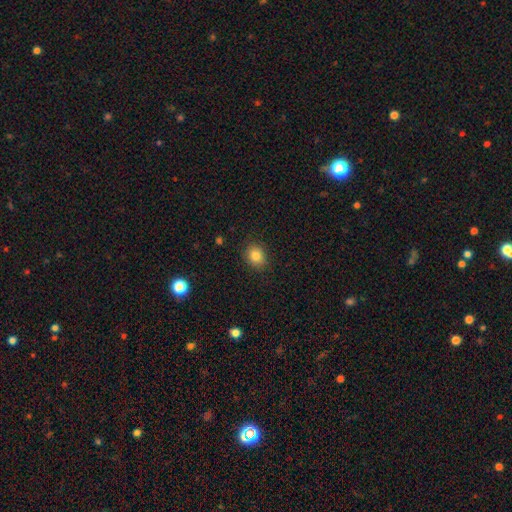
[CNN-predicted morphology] smooth-or-featured: smooth: 84% | star or artifact: 11% | featured or disk: 6%
  how-rounded: round: 66% | in between: 33% | cigar-shaped: 1%
  merging: none: 88% | minor disturbance: 9% | major disturbance: 2% | merger: 1%